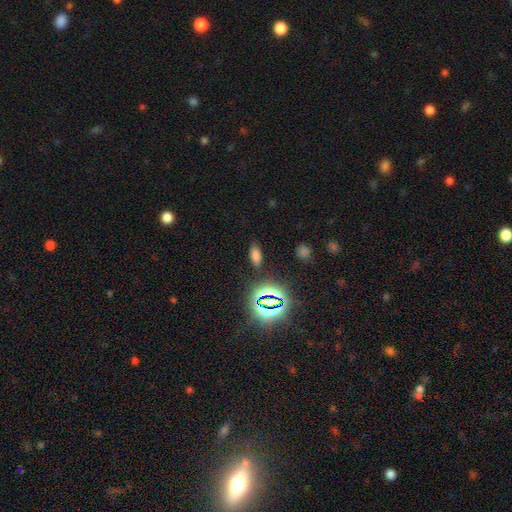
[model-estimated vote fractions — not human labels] This is likely a smooth galaxy (67%). How rounded: clearly in between (82%). Merging: clearly none (84%).